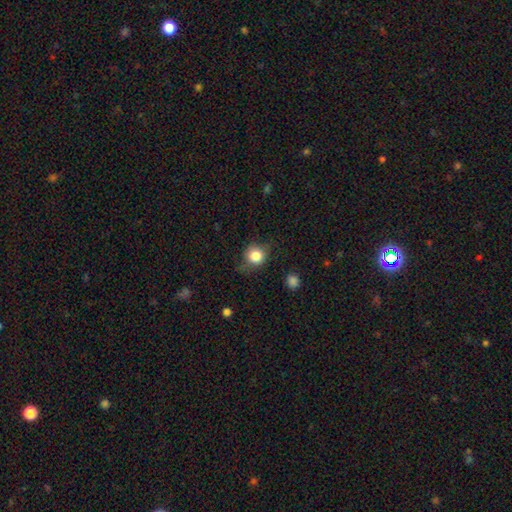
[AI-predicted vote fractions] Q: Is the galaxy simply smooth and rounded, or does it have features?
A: smooth — 82%.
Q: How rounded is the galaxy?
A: round — 86%.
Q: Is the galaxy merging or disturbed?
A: none — 69%.